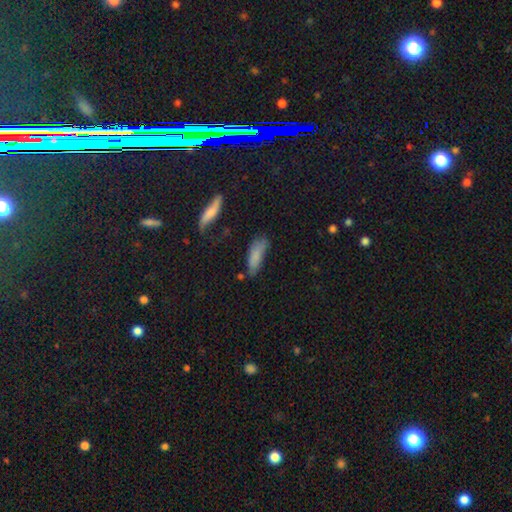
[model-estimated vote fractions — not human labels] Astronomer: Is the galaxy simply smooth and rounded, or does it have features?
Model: smooth — 79%.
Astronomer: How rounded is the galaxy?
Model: in between — 57% (runner-up: cigar-shaped, 41%).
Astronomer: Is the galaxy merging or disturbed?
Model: none — 49% (runner-up: minor disturbance, 33%).